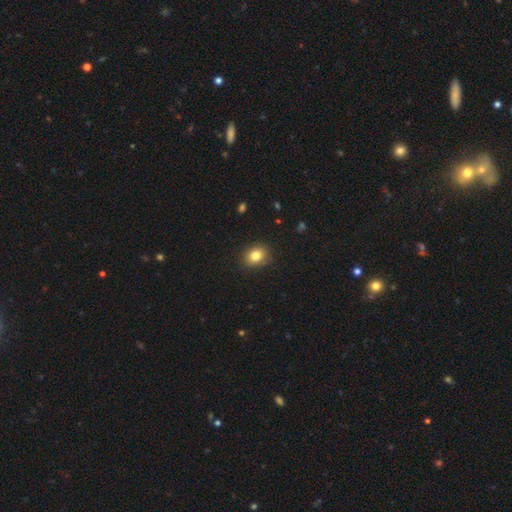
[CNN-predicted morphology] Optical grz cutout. It shows a smooth galaxy with no disk features (82%) that is round (52%). Merging: none (88%).